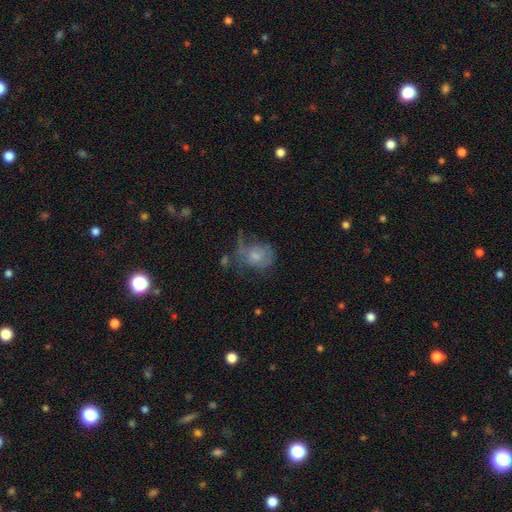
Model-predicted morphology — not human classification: smooth-or-featured: smooth: 51% | featured or disk: 38% | star or artifact: 11%
  how-rounded: round: 59% | in between: 40% | cigar-shaped: 1%
  merging: major disturbance: 34% | none: 33% | minor disturbance: 26% | merger: 6%